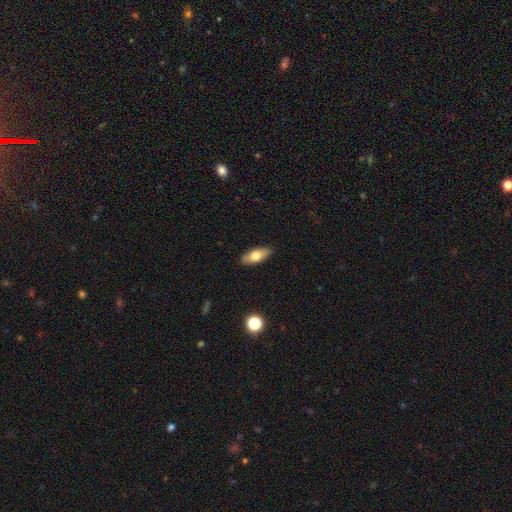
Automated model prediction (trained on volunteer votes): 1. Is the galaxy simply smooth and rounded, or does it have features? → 70% smooth, 23% featured or disk, 7% star or artifact.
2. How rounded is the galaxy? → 80% in between, 17% cigar-shaped, 3% round.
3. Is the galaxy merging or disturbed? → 88% none, 9% minor disturbance, 2% major disturbance, 1% merger.